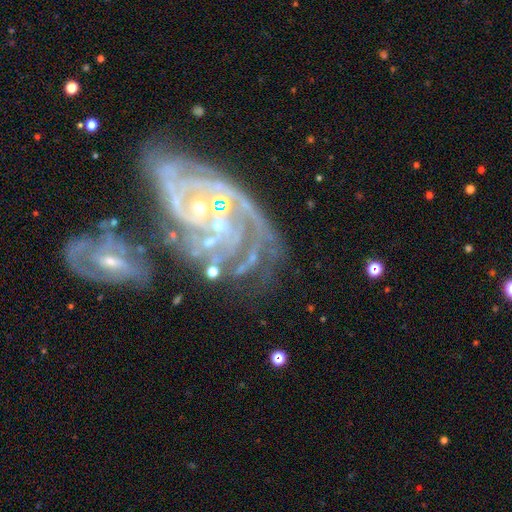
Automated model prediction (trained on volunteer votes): A featured or disk galaxy (84%) with no bar (73%), 3 (27%) tight (58%) spiral arms (93%) and a small central bulge (63%).

Vote fractions:
- Smooth or featured? featured or disk: 84% / star or artifact: 10% / smooth: 6%
- Edge-on disk? no: 97% / yes: 3%
- Bar? no: 73% / weak: 19% / strong: 8%
- Spiral arms? yes: 93% / no: 7%
- Spiral winding? tight: 58% / medium: 32% / loose: 10%
- Spiral arm count? 3: 27% / can't tell: 24% / 2: 19% / 4: 13% / more than 4: 9% / 1: 8%
- Bulge size? small: 63% / moderate: 25% / none: 8% / large: 2% / dominant: 2%
- Merging? none: 34% / merger: 26% / major disturbance: 22% / minor disturbance: 18%